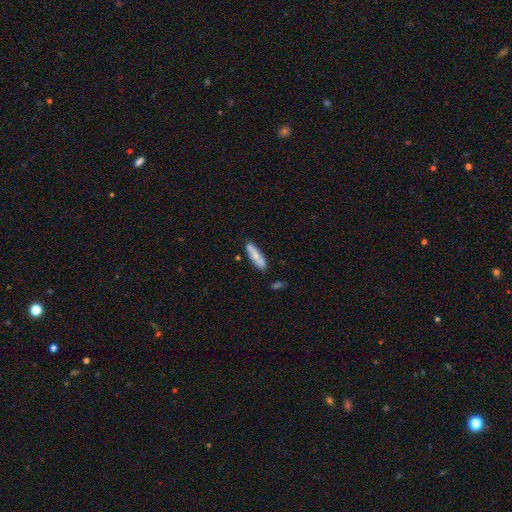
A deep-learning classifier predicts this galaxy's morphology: This is likely a smooth galaxy (72%). How rounded: likely cigar-shaped (72%). Merging: likely none (78%).